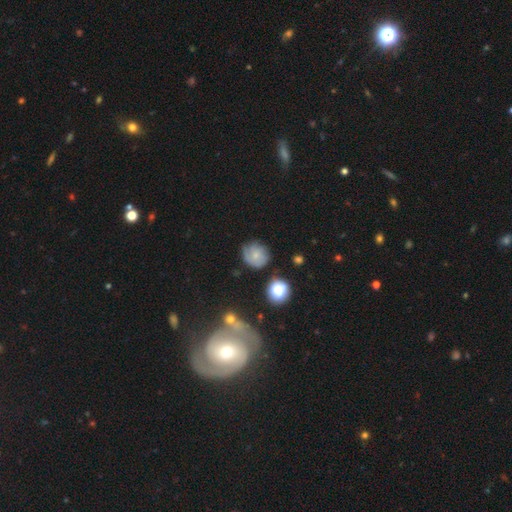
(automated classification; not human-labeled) Smooth or featured? smooth (52%)
How rounded? round (81%)
Merging? none (62%)